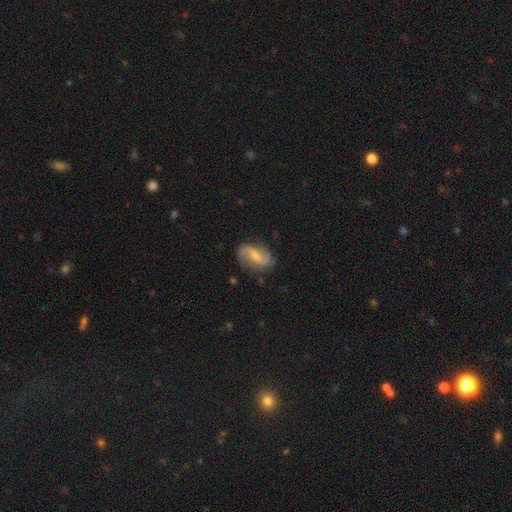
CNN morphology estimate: Smooth or featured? Predicted: featured or disk (p=0.80). Edge-on disk? Predicted: no (p=0.97). Bar? Predicted: weak (p=0.52). Spiral arms? Predicted: yes (p=0.95). Spiral winding? Predicted: loose (p=0.47). Spiral arm count? Predicted: 2 (p=0.88). Bulge size? Predicted: small (p=0.49). Merging? Predicted: none (p=0.74).